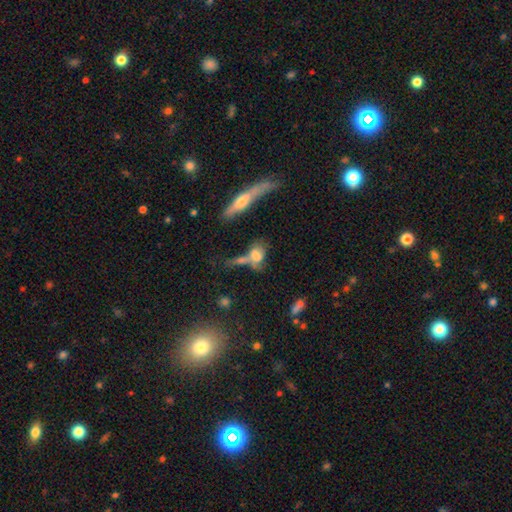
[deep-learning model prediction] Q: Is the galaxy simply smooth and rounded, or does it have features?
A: smooth — 62%.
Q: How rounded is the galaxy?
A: in between — 68%.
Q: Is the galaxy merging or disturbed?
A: merger — 40%.